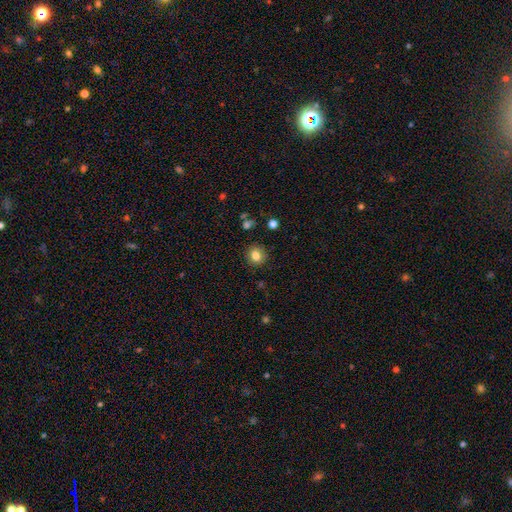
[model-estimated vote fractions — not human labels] Smooth or featured?
  - smooth: 82% *
  - star or artifact: 11%
  - featured or disk: 7%
How rounded?
  - round: 81% *
  - in between: 18%
  - cigar-shaped: 1%
Merging?
  - none: 89% *
  - minor disturbance: 8%
  - major disturbance: 2%
  - merger: 2%